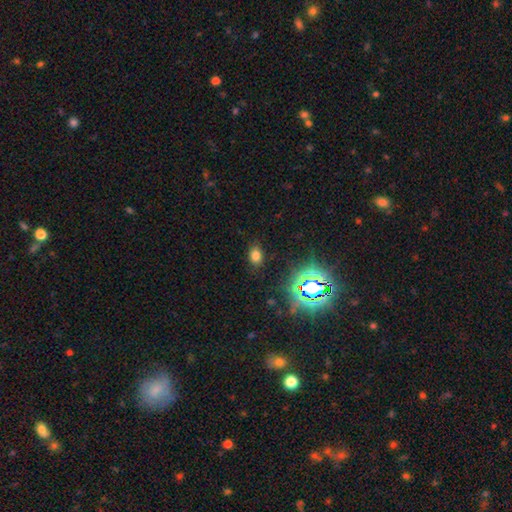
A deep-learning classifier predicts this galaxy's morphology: Smooth or featured?
  - smooth: 70% *
  - star or artifact: 23%
  - featured or disk: 7%
How rounded?
  - in between: 74% *
  - round: 24%
  - cigar-shaped: 2%
Merging?
  - none: 84% *
  - minor disturbance: 11%
  - major disturbance: 3%
  - merger: 2%